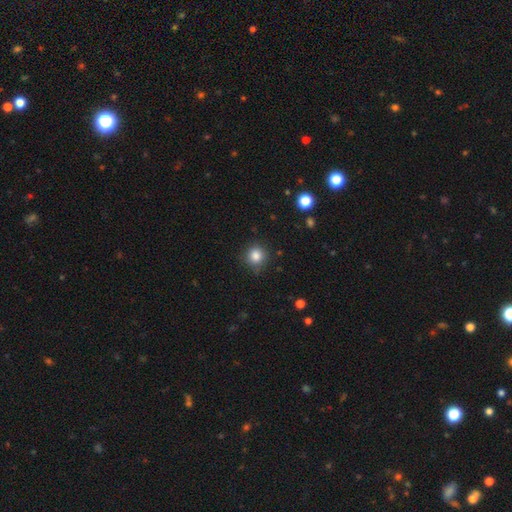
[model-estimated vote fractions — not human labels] Smooth or featured?
  - smooth: 85% *
  - star or artifact: 11%
  - featured or disk: 4%
How rounded?
  - round: 91% *
  - in between: 8%
  - cigar-shaped: 1%
Merging?
  - none: 85% *
  - minor disturbance: 11%
  - major disturbance: 3%
  - merger: 2%